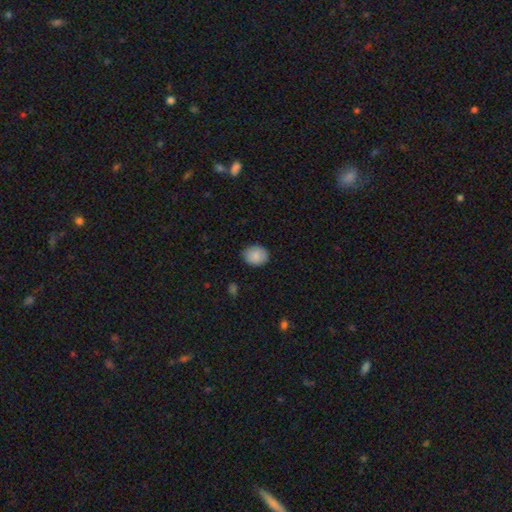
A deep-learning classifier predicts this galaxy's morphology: smooth_or_featured: smooth (p=0.87) [alt: star or artifact p=0.07]
how_rounded: round (p=0.57) [alt: in between p=0.43]
merging: none (p=0.83) [alt: minor disturbance p=0.14]